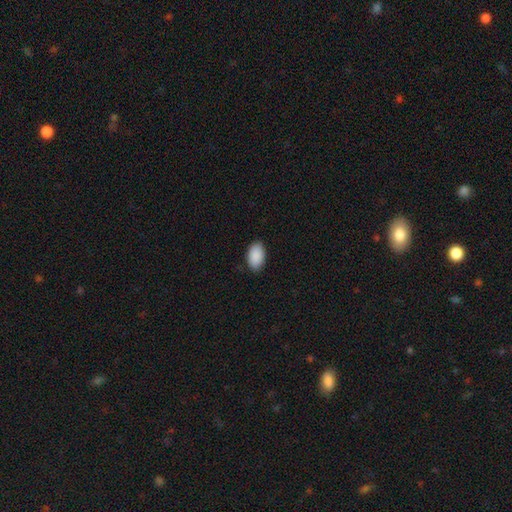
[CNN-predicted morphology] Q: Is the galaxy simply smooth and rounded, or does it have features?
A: smooth — 91%.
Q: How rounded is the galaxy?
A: in between — 94%.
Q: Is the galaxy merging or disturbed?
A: none — 88%.